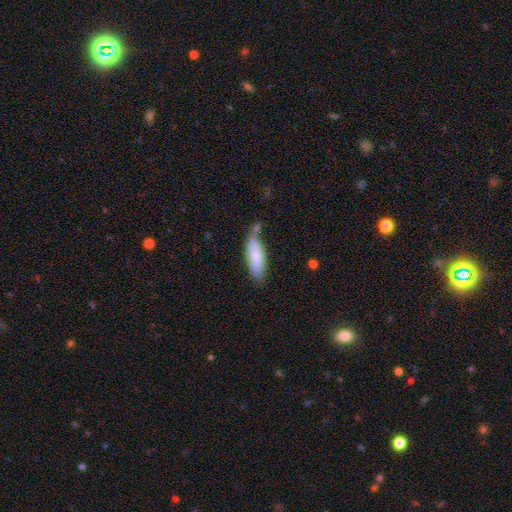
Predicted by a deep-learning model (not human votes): A smooth galaxy with no disk features (80%) that is in between round and cigar-shaped (63%). Merging: none (54%).